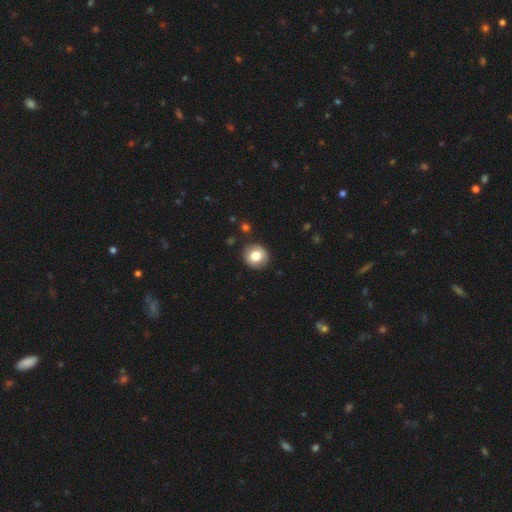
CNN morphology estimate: Smooth or featured?
  - smooth: 80% *
  - featured or disk: 11%
  - star or artifact: 8%
How rounded?
  - round: 88% *
  - in between: 11%
  - cigar-shaped: 1%
Merging?
  - none: 89% *
  - minor disturbance: 8%
  - major disturbance: 2%
  - merger: 1%